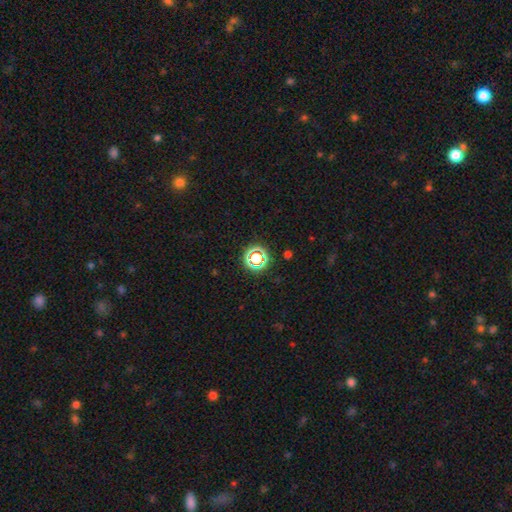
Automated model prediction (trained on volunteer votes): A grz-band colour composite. It shows a star or artifact, not a galaxy (58%).